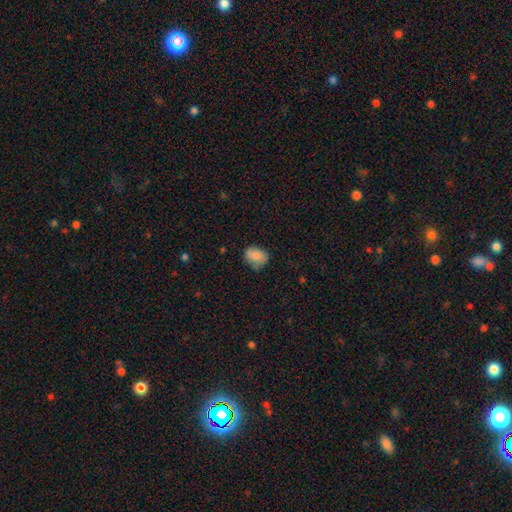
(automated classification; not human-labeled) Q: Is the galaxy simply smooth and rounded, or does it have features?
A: smooth — 81%.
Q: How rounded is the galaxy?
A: in between — 60%.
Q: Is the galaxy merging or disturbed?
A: none — 65%.